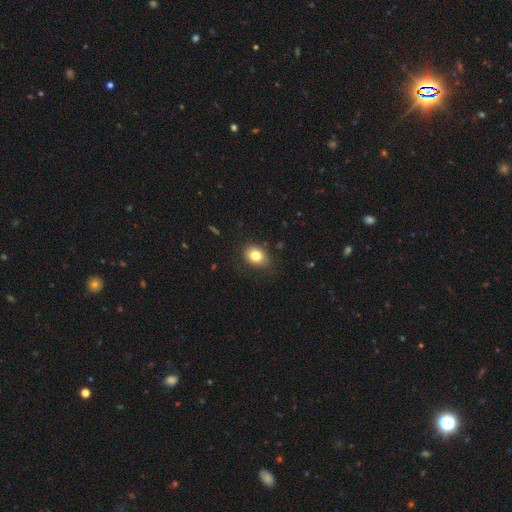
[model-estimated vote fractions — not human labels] Smooth or featured? smooth (80%)
How rounded? in between (53%)
Merging? none (84%)